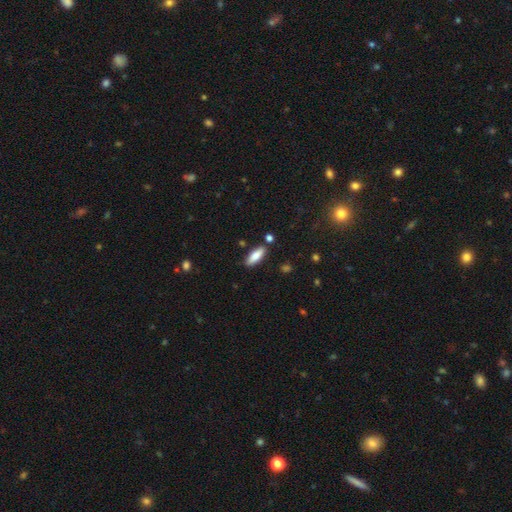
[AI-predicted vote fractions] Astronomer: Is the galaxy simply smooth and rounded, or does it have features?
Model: smooth — 79%.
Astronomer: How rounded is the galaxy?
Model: in between — 64%.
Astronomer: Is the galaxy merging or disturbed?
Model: none — 85%.